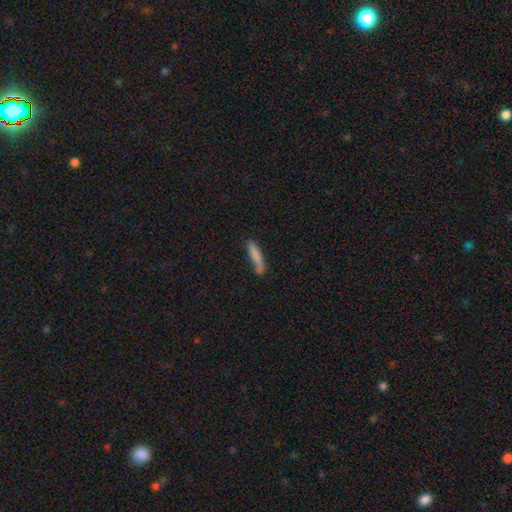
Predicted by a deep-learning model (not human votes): This is clearly a smooth galaxy (81%). How rounded: clearly cigar-shaped (82%). Merging: likely none (63%).